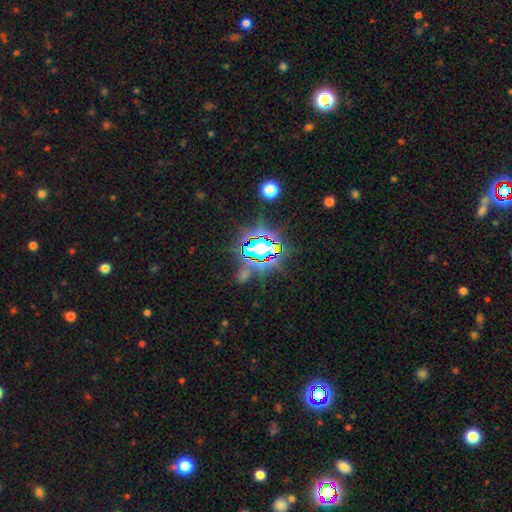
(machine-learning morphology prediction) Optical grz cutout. It shows a star or artifact, not a galaxy (81%).